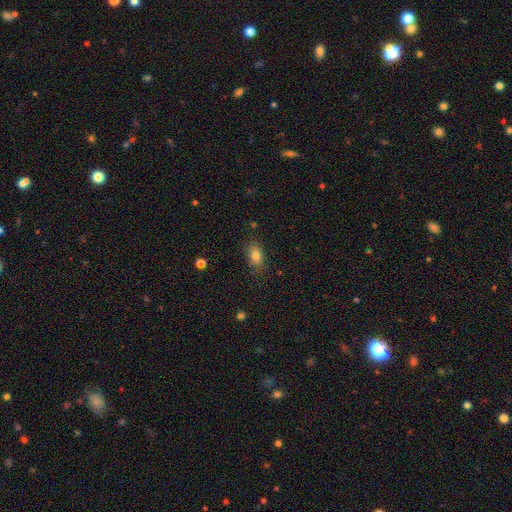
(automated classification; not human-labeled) smooth-or-featured: smooth: 80% | star or artifact: 10% | featured or disk: 10%
  how-rounded: in between: 84% | round: 12% | cigar-shaped: 4%
  merging: none: 83% | minor disturbance: 13% | major disturbance: 3% | merger: 1%